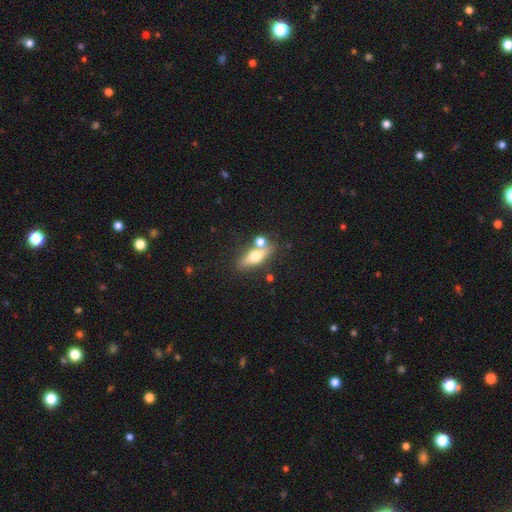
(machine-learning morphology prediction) A smooth galaxy with no disk features (48%). Merging: none (66%).